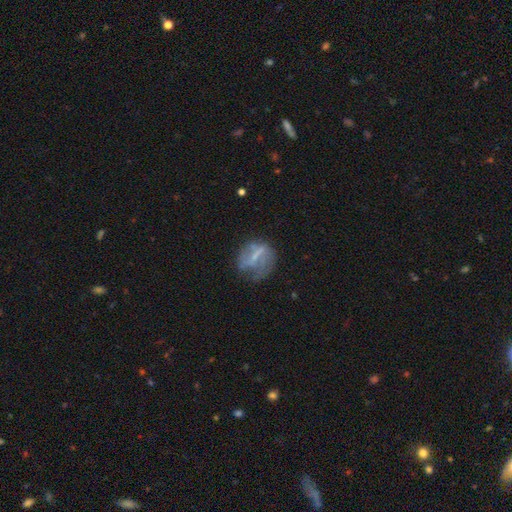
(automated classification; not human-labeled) This is possibly a featured or disk galaxy (57%). It is clearly not viewed edge-on (94%). Bar: marginally strong (40%). Spiral arm pattern: possibly no (56%). Central bulge: marginally none (42%). Merging: possibly none (47%).